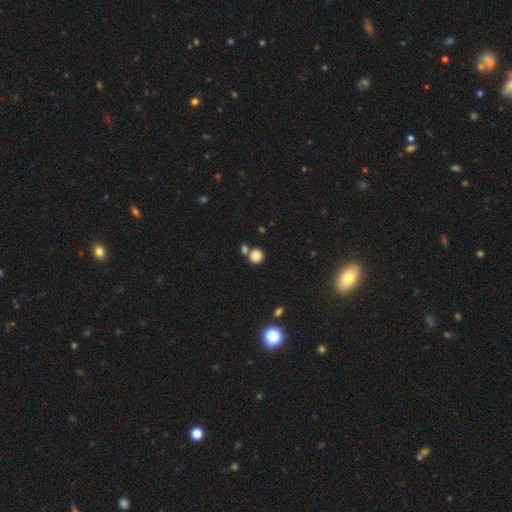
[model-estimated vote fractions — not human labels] The model was most divided on "merging": none: 64%, merger: 25%, minor disturbance: 8%, major disturbance: 3%. More confident: how rounded — round (88%); smooth or featured — smooth (83%).